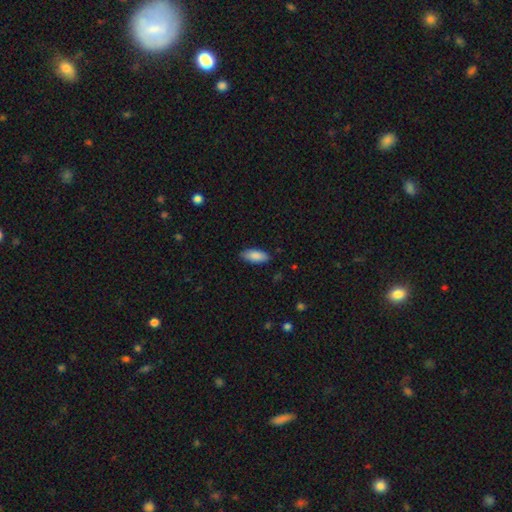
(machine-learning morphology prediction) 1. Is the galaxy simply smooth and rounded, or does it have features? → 88% smooth, 6% featured or disk, 6% star or artifact.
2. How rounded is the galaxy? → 84% in between, 14% cigar-shaped, 2% round.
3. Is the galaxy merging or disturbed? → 86% none, 11% minor disturbance, 2% major disturbance, 1% merger.